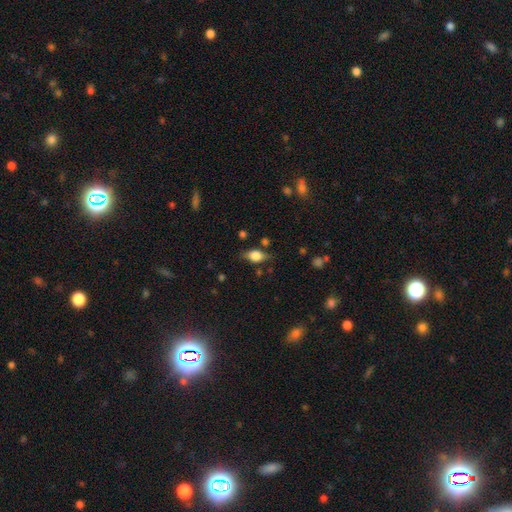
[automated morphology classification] Smooth or featured?
  - smooth: 64% *
  - featured or disk: 27%
  - star or artifact: 10%
How rounded?
  - in between: 76% *
  - round: 16%
  - cigar-shaped: 8%
Merging?
  - none: 72% *
  - minor disturbance: 20%
  - major disturbance: 6%
  - merger: 3%